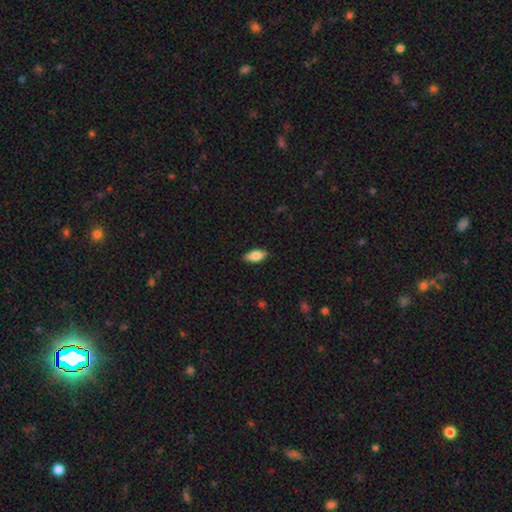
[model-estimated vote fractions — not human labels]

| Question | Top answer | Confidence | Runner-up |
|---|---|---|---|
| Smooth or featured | smooth | 78% | featured or disk (15%) |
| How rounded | in between | 86% | cigar-shaped (12%) |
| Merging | none | 88% | minor disturbance (9%) |